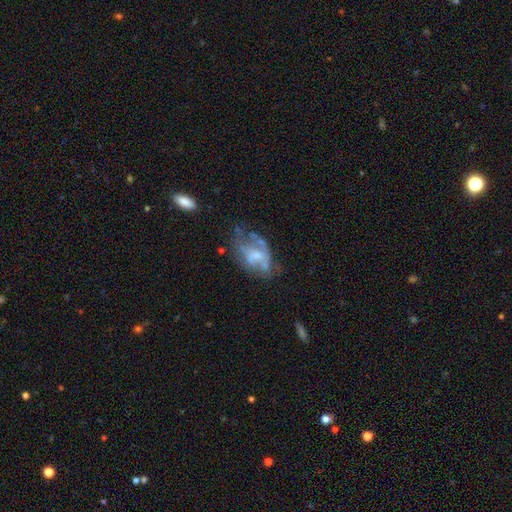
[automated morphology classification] Q: Smooth or featured?
A: featured or disk (60%); runner-up: smooth (30%)
Q: Edge-on disk?
A: no (97%); runner-up: yes (3%)
Q: Bar?
A: no (72%); runner-up: weak (23%)
Q: Spiral arms?
A: no (67%); runner-up: yes (33%)
Q: Bulge size?
A: moderate (40%); runner-up: small (31%)
Q: Merging?
A: major disturbance (33%); tied with: none (33%)